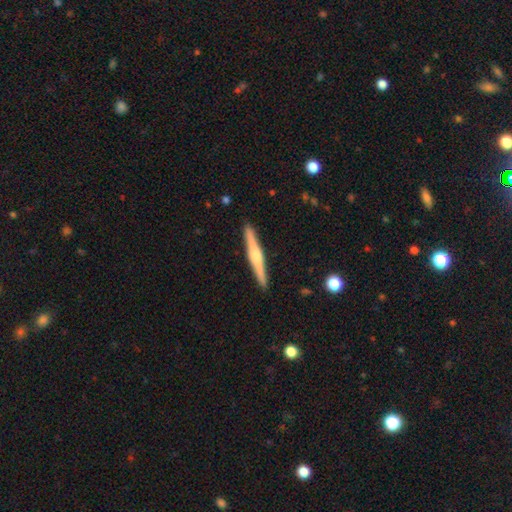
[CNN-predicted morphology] smooth-or-featured: featured or disk: 67% | smooth: 28% | star or artifact: 5%
  disk-edge-on: yes: 98% | no: 2%
    edge-on-bulge: rounded: 79% | boxy: 11% | none: 10%
  merging: none: 92% | minor disturbance: 6% | major disturbance: 1% | merger: 1%